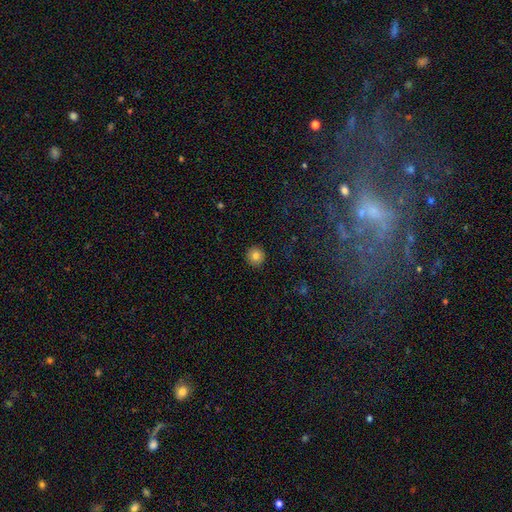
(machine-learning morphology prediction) Smooth or featured? smooth (82%)
How rounded? round (94%)
Merging? none (92%)